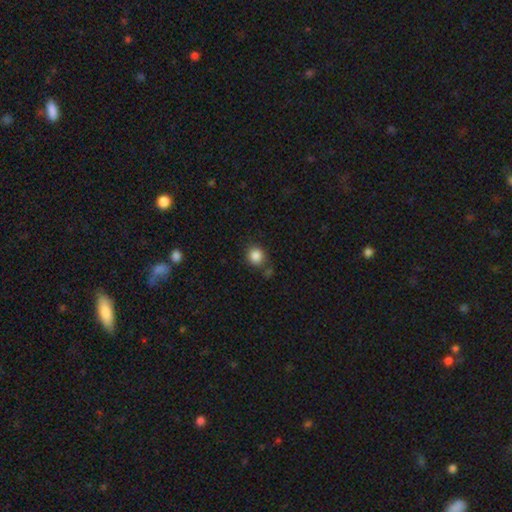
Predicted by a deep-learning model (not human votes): Smooth or featured? Predicted: smooth (p=0.86). How rounded? Predicted: round (p=0.83). Merging? Predicted: none (p=0.75).